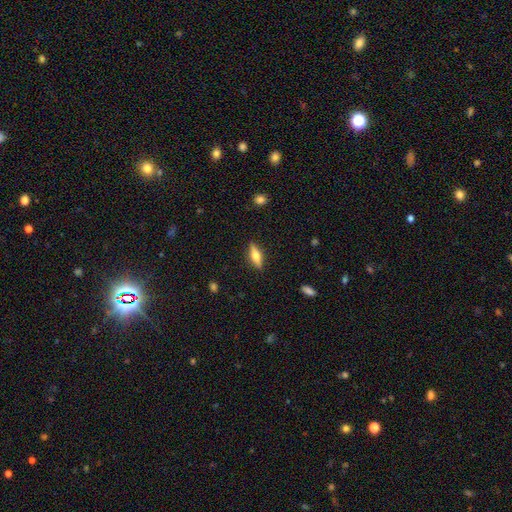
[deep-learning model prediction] smooth-or-featured: smooth: 48% | featured or disk: 46% | star or artifact: 7%
  merging: none: 88% | minor disturbance: 9% | major disturbance: 2% | merger: 1%